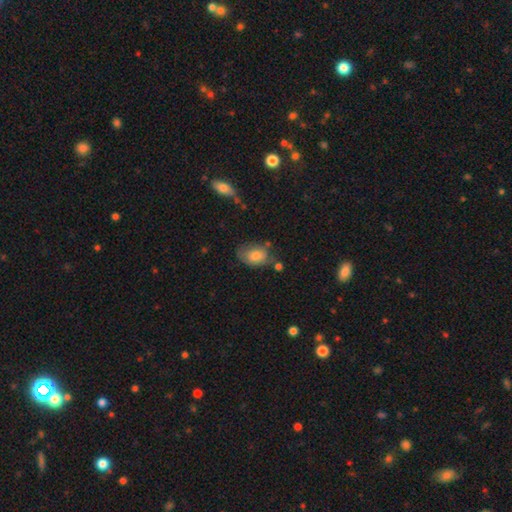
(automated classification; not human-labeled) Smooth or featured: smooth — 76% (featured or disk — 16%)
How rounded: in between — 85% (round — 13%)
Merging: none — 50% (minor disturbance — 32%)